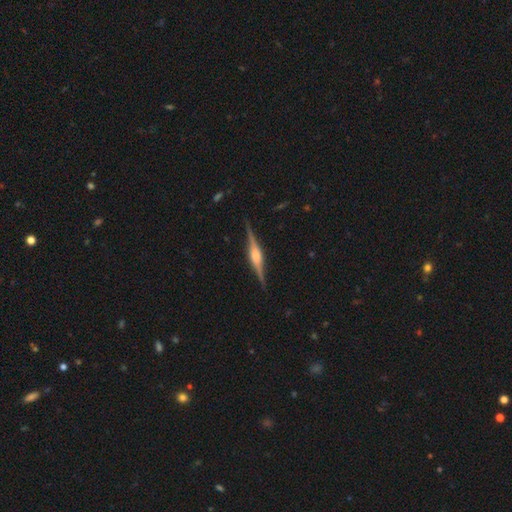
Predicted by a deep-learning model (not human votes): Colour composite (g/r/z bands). It shows a featured or disk galaxy (83%) viewed edge-on (98%) with a rounded central bulge (70%). Merging: none (88%).